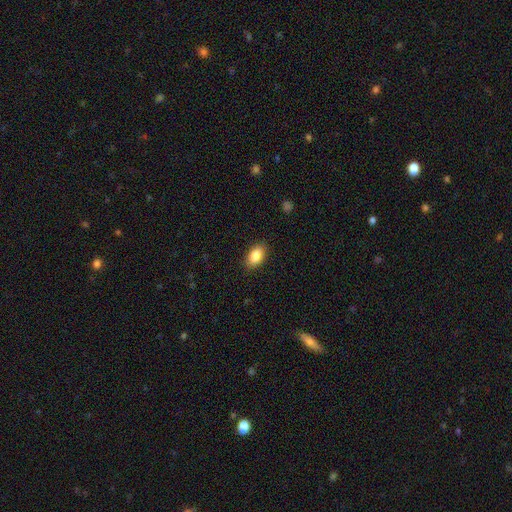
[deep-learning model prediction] Smooth or featured? Predicted: smooth (p=0.86). How rounded? Predicted: in between (p=0.91). Merging? Predicted: none (p=0.87).